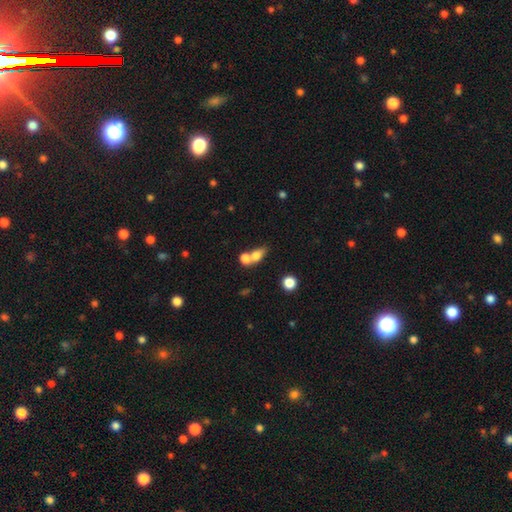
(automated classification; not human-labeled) Overall: smooth (75%). How rounded: in between (59%; round 35%). Merging: merger (59%; none 29%).